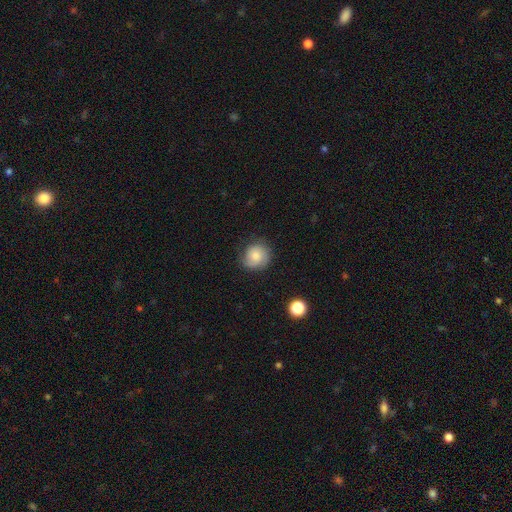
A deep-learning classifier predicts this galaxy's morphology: A smooth galaxy with no disk features (74%) that is round (85%). Merging: none (74%).